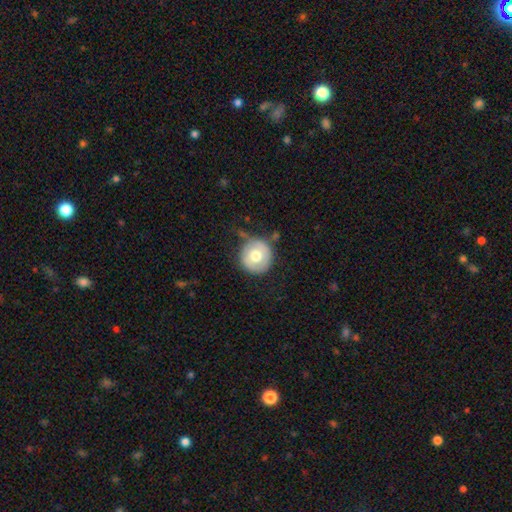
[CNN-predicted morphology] This is likely a smooth galaxy (66%). How rounded: clearly round (93%). Merging: likely none (72%).